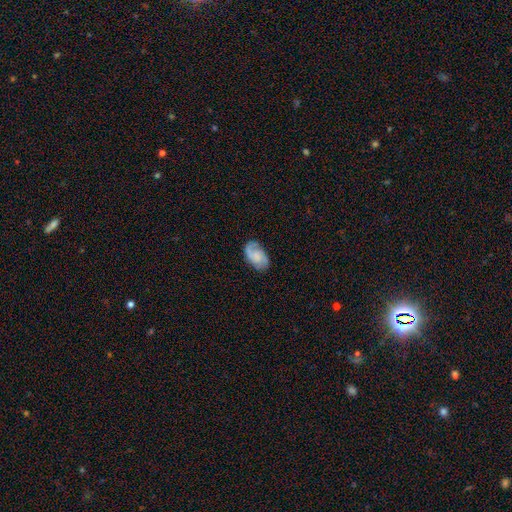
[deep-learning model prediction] Q: Smooth or featured?
A: featured or disk (60%); runner-up: smooth (33%)
Q: Edge-on disk?
A: no (97%); runner-up: yes (3%)
Q: Bar?
A: no (65%); runner-up: weak (30%)
Q: Spiral arms?
A: yes (92%); runner-up: no (8%)
Q: Spiral winding?
A: medium (45%); runner-up: tight (31%)
Q: Spiral arm count?
A: 2 (70%); runner-up: can't tell (12%)
Q: Bulge size?
A: none (50%); runner-up: small (23%)
Q: Merging?
A: none (73%); runner-up: minor disturbance (18%)